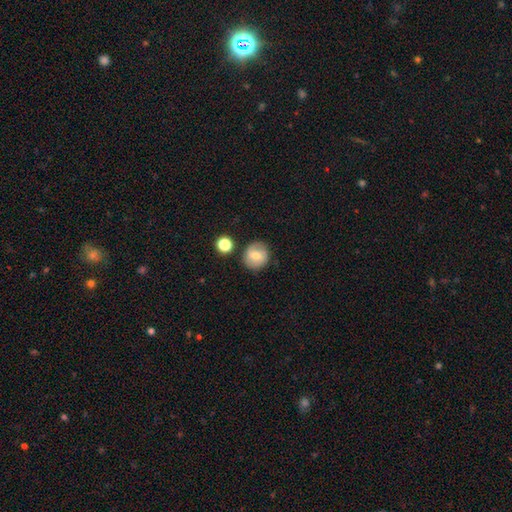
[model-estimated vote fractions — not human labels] smooth-or-featured: smooth: 62% | featured or disk: 28% | star or artifact: 9%
  how-rounded: round: 86% | in between: 13% | cigar-shaped: 1%
  merging: none: 78% | minor disturbance: 13% | merger: 5% | major disturbance: 4%